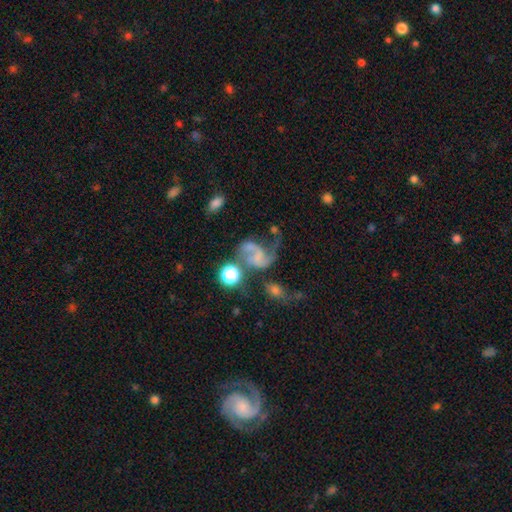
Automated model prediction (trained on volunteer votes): Smooth or featured?
  - featured or disk: 66% *
  - smooth: 19%
  - star or artifact: 14%
Edge-on disk?
  - no: 98% *
  - yes: 2%
Bar?
  - no: 60% *
  - weak: 29%
  - strong: 12%
Spiral arms?
  - yes: 86% *
  - no: 14%
Spiral winding?
  - loose: 60% *
  - medium: 31%
  - tight: 8%
Spiral arm count?
  - 2: 78% *
  - 1: 12%
  - can't tell: 5%
  - 3: 2%
  - 4: 1%
  - more than 4: 1%
Bulge size?
  - none: 64% *
  - small: 20%
  - moderate: 9%
  - large: 4%
  - dominant: 2%
Merging?
  - none: 31% * (tied)
  - major disturbance: 31% * (tied)
  - merger: 21%
  - minor disturbance: 17%